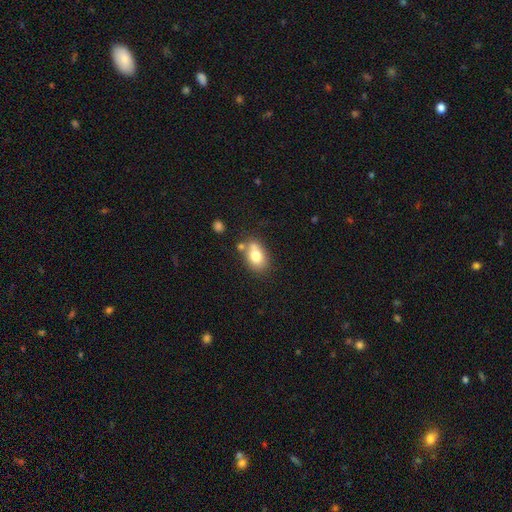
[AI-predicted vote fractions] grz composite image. It shows a smooth galaxy with no disk features (76%) that is in between round and cigar-shaped (79%). Merging: none (54%).